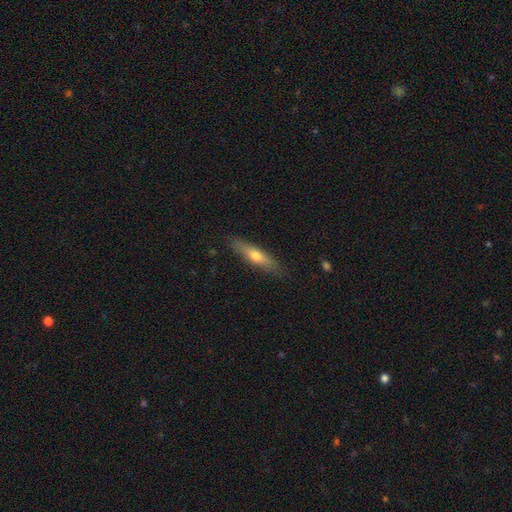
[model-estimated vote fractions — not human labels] Overall: smooth (59%; featured or disk 35%). How rounded: cigar-shaped (73%). Merging: none (84%).